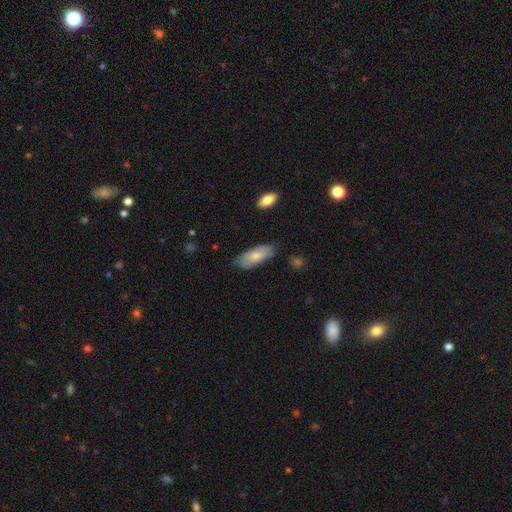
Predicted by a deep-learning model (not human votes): The model was most divided on "merging": none: 72%, minor disturbance: 22%, major disturbance: 4%, merger: 2%. More confident: how rounded — in between (84%); smooth or featured — smooth (73%).